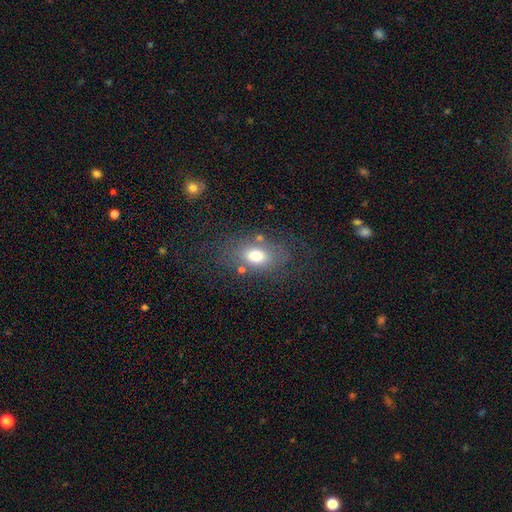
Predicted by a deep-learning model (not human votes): A smooth galaxy with no disk features (72%) that is in between round and cigar-shaped (78%). Merging: none (69%).